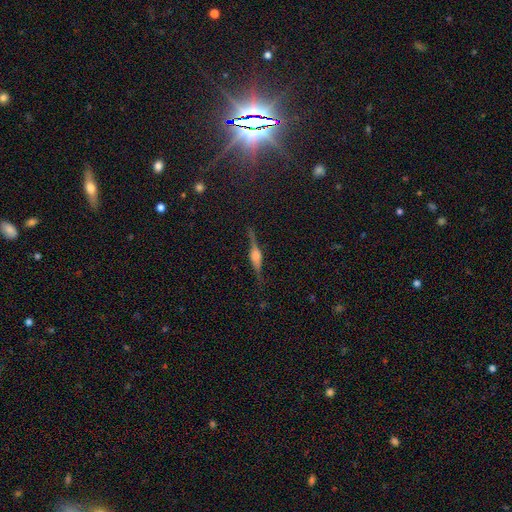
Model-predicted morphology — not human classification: Smooth or featured?
  - featured or disk: 77% *
  - smooth: 13%
  - star or artifact: 9%
Edge-on disk?
  - yes: 97% *
  - no: 3%
Edge-on bulge?
  - rounded: 76% *
  - boxy: 21%
  - none: 3%
Merging?
  - none: 86% *
  - minor disturbance: 10%
  - major disturbance: 3%
  - merger: 1%